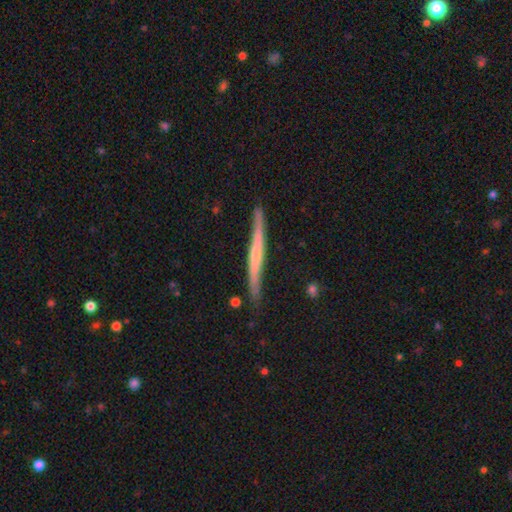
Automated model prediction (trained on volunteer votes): smooth_or_featured: featured or disk (p=0.58) [alt: smooth p=0.37]
disk_edge_on: yes (p=0.94) [alt: no p=0.06]
edge_on_bulge: none (p=0.58) [alt: rounded p=0.26]
merging: none (p=0.79) [alt: minor disturbance p=0.16]